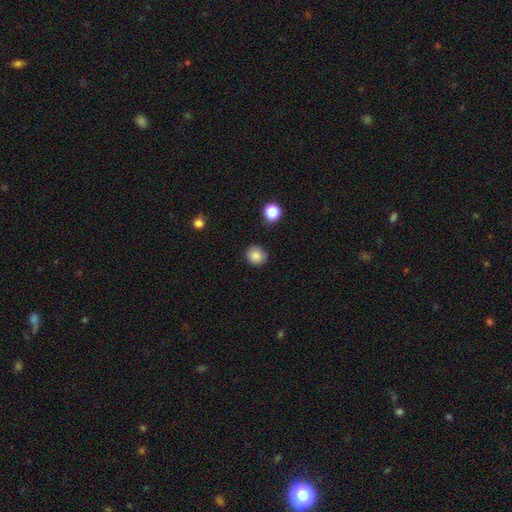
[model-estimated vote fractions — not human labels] smooth-or-featured: smooth: 86% | star or artifact: 10% | featured or disk: 4%
  how-rounded: round: 86% | in between: 13% | cigar-shaped: 1%
  merging: none: 87% | minor disturbance: 9% | major disturbance: 2% | merger: 1%